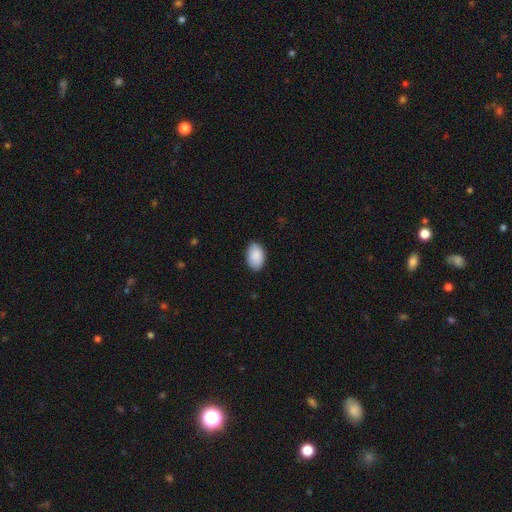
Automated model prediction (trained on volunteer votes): Morphology: type=smooth (89%); roundness=in between (92%); merging=none (85%).